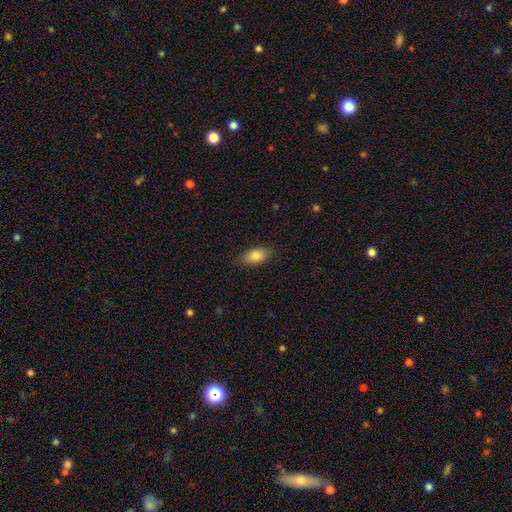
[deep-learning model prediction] Smooth or featured: smooth — 84% (featured or disk — 9%)
How rounded: in between — 90% (cigar-shaped — 6%)
Merging: none — 86% (minor disturbance — 10%)